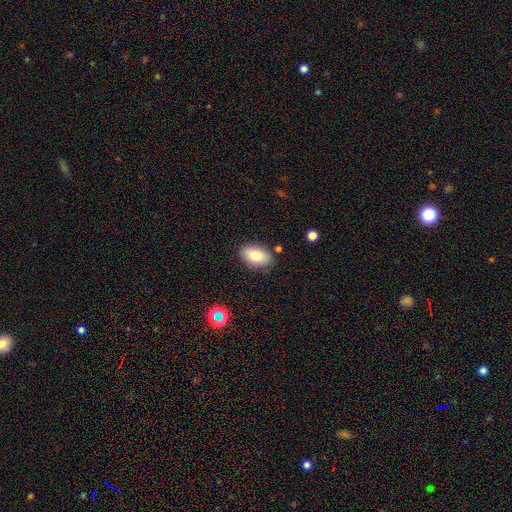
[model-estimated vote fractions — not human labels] smooth-or-featured: smooth: 83% | featured or disk: 9% | star or artifact: 7%
  how-rounded: in between: 93% | round: 6% | cigar-shaped: 2%
  merging: none: 84% | minor disturbance: 11% | major disturbance: 3% | merger: 2%